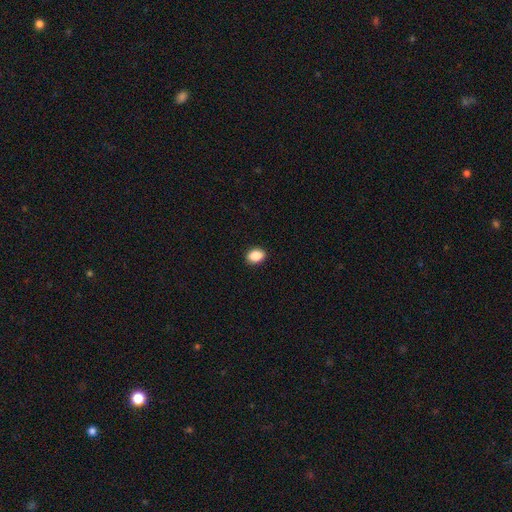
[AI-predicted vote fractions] This appears to be a smooth galaxy with no disk features (88%) that is in between round and cigar-shaped (72%). Merging: none (90%).